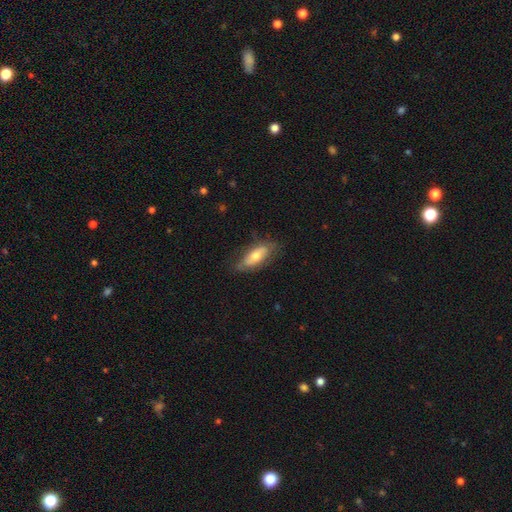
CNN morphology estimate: smooth 55%, featured or disk 39%, star or artifact 6%. Down the decision tree: how rounded — in between (79%); merging — none (68%).